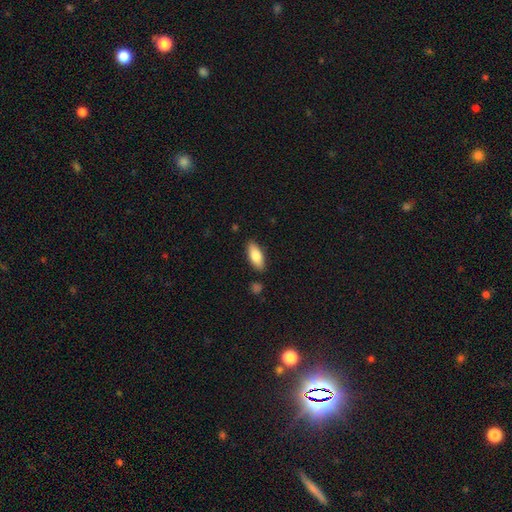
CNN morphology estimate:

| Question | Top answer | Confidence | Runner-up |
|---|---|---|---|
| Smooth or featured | smooth | 80% | featured or disk (14%) |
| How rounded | in between | 79% | cigar-shaped (18%) |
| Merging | none | 86% | minor disturbance (10%) |